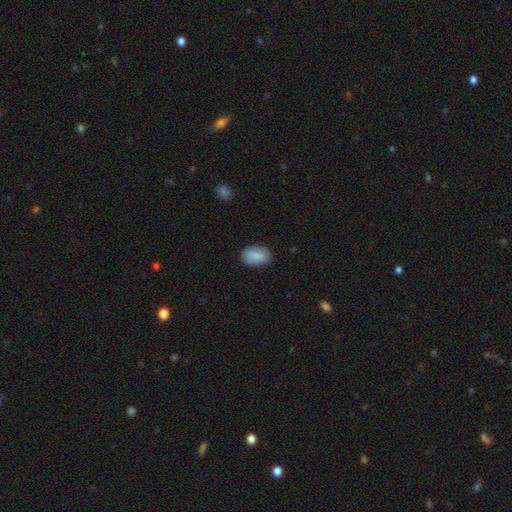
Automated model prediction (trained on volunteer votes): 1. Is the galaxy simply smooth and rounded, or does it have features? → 87% smooth, 6% star or artifact, 6% featured or disk.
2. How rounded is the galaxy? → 90% in between, 8% round, 2% cigar-shaped.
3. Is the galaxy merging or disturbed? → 85% none, 11% minor disturbance, 3% major disturbance, 1% merger.